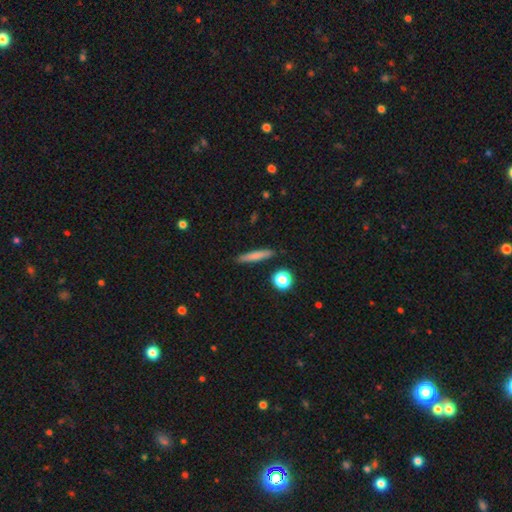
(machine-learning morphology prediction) smooth_or_featured: smooth (p=0.74) [alt: featured or disk p=0.18]
how_rounded: cigar-shaped (p=0.89) [alt: in between p=0.07]
merging: none (p=0.89) [alt: minor disturbance p=0.07]